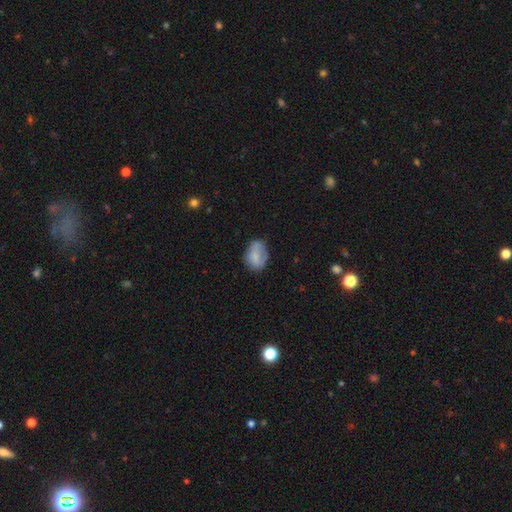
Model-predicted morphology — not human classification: This appears to be a smooth galaxy with no disk features (71%) that is in between round and cigar-shaped (75%). Merging: none (54%).